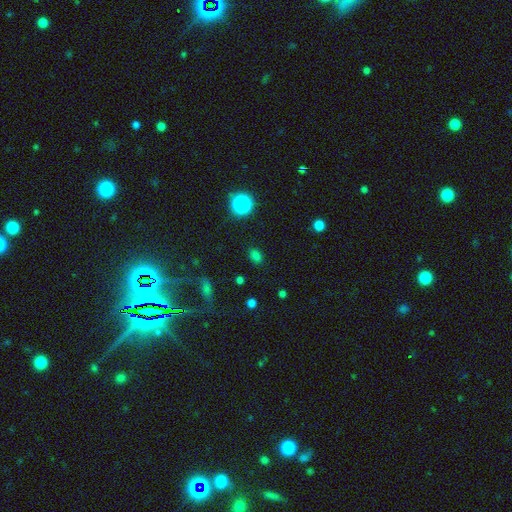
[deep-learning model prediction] The model was most divided on "how rounded": in between: 70%, round: 28%, cigar-shaped: 2%. More confident: merging — none (83%); smooth or featured — smooth (71%).